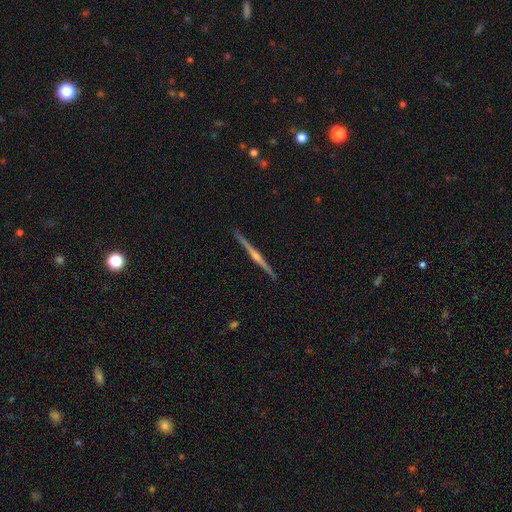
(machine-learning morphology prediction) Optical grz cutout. It shows a featured or disk galaxy (82%) viewed edge-on (99%) with a rounded central bulge (77%). Merging: none (92%).